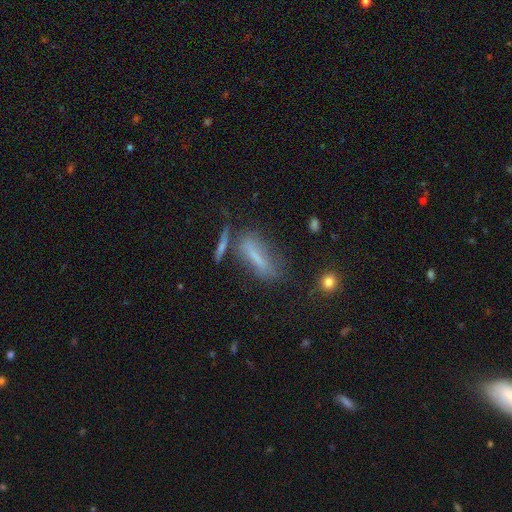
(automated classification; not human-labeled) smooth-or-featured: smooth: 53% | featured or disk: 33% | star or artifact: 13%
  how-rounded: cigar-shaped: 67% | in between: 30% | round: 3%
  merging: none: 49% | minor disturbance: 21% | merger: 16% | major disturbance: 14%